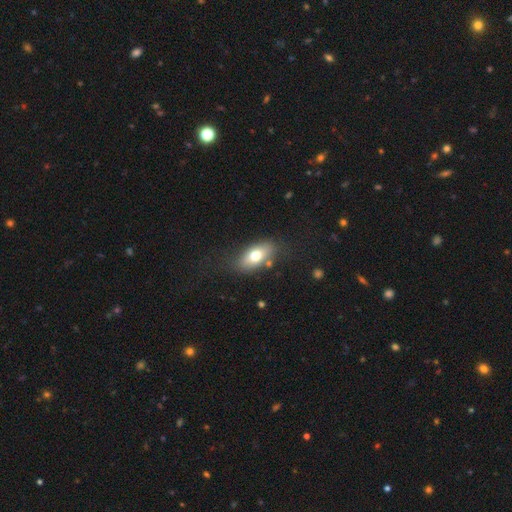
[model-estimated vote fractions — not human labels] The model was most divided on "smooth or featured": smooth: 69%, featured or disk: 23%, star or artifact: 8%. More confident: how rounded — in between (87%); merging — none (75%).